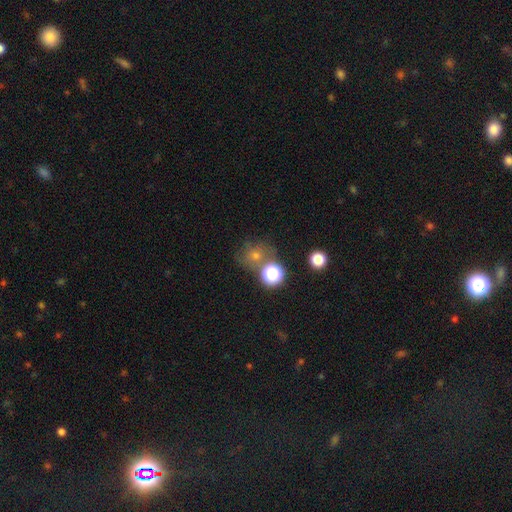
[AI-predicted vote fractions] Q: Smooth or featured?
A: smooth (50%); runner-up: star or artifact (37%)
Q: Merging?
A: none (64%); runner-up: merger (16%)